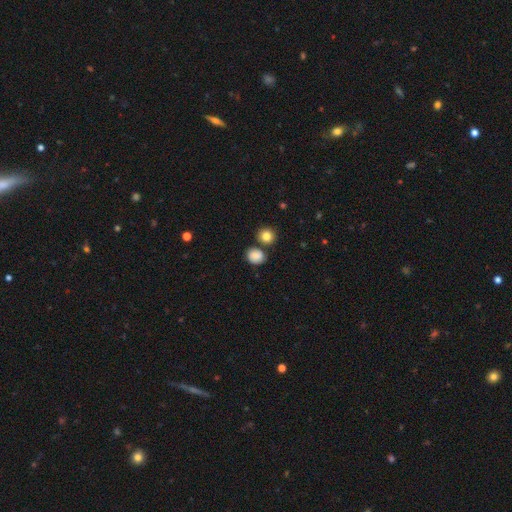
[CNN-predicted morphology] smooth_or_featured: smooth (p=0.79) [alt: star or artifact p=0.10]
how_rounded: round (p=0.65) [alt: in between p=0.33]
merging: none (p=0.69) [alt: minor disturbance p=0.15]